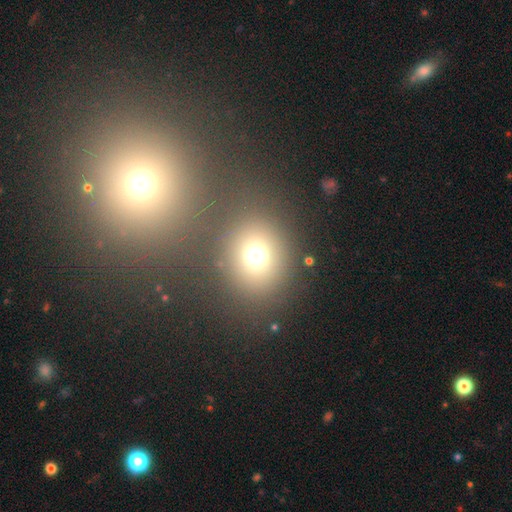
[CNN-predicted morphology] This appears to be a smooth galaxy with no disk features (69%) that is round (78%). Merging: none (76%).